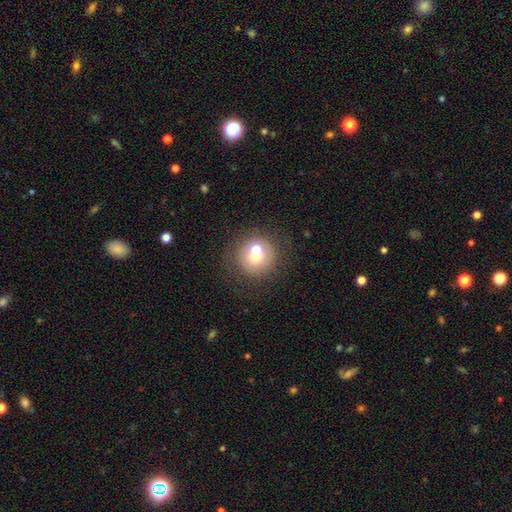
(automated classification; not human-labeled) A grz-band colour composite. It shows a smooth galaxy with no disk features (62%) that is round (91%). Merging: none (55%).